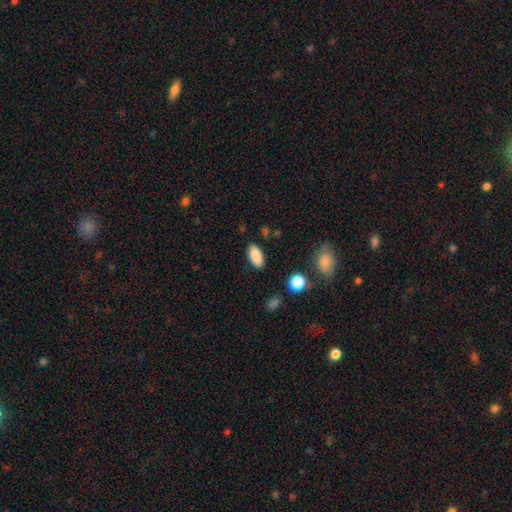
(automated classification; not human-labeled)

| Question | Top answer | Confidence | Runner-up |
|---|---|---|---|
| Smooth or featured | smooth | 87% | star or artifact (7%) |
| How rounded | in between | 90% | cigar-shaped (8%) |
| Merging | none | 86% | minor disturbance (10%) |